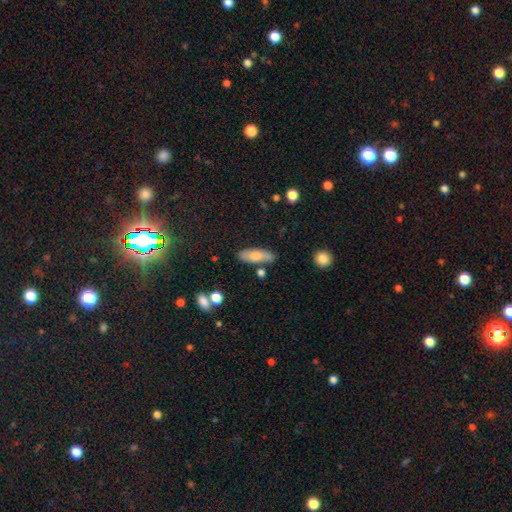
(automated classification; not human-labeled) Morphology: type=smooth (69%); roundness=in between (58%); merging=none (79%).